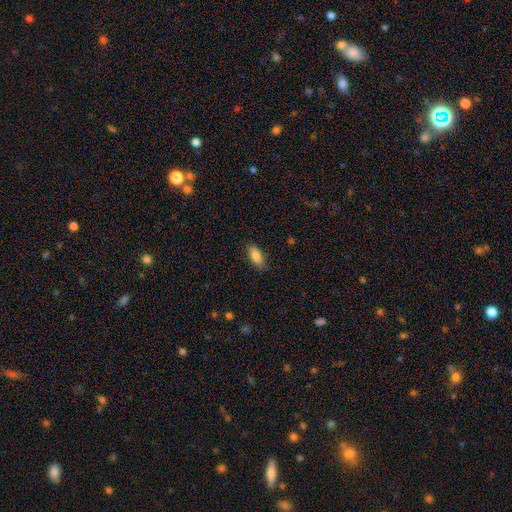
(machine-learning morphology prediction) Smooth or featured?
  - smooth: 83% *
  - featured or disk: 11%
  - star or artifact: 7%
How rounded?
  - in between: 81% *
  - cigar-shaped: 17%
  - round: 2%
Merging?
  - none: 84% *
  - minor disturbance: 12%
  - major disturbance: 2%
  - merger: 1%